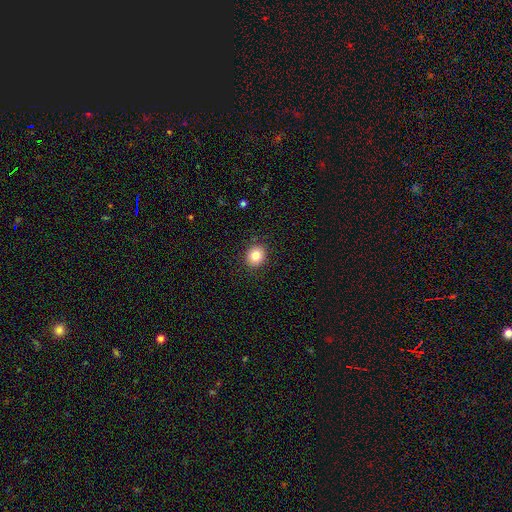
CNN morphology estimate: Smooth or featured: smooth — 82% (star or artifact — 10%)
How rounded: round — 72% (in between — 27%)
Merging: none — 89% (minor disturbance — 8%)